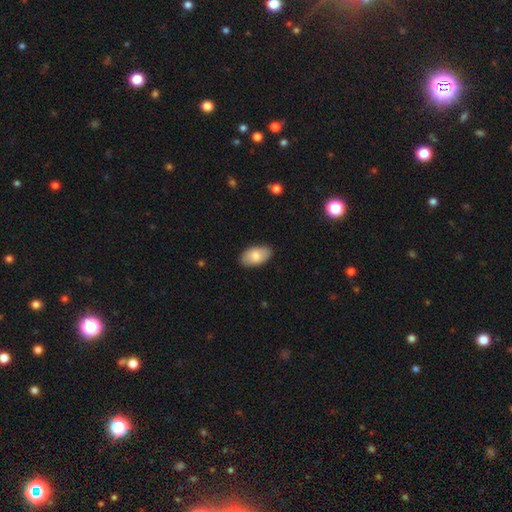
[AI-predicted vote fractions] Smooth or featured: smooth — 80% (featured or disk — 14%)
How rounded: in between — 95% (round — 4%)
Merging: none — 86% (minor disturbance — 11%)